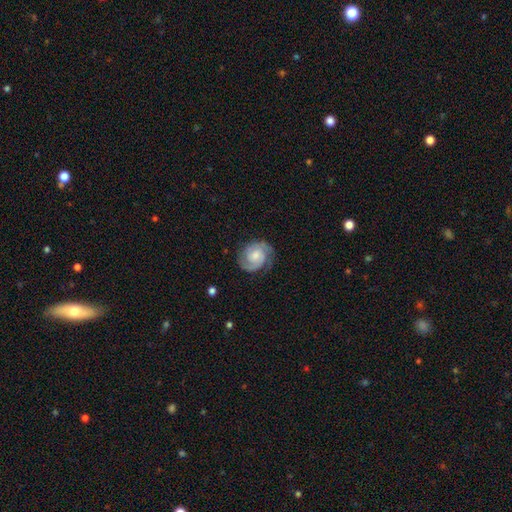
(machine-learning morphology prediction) A featured or disk galaxy (83%) with no bar (63%), 2 (82%) tight (57%) spiral arms (97%) and a moderate central bulge (42%). Merging: none (78%).